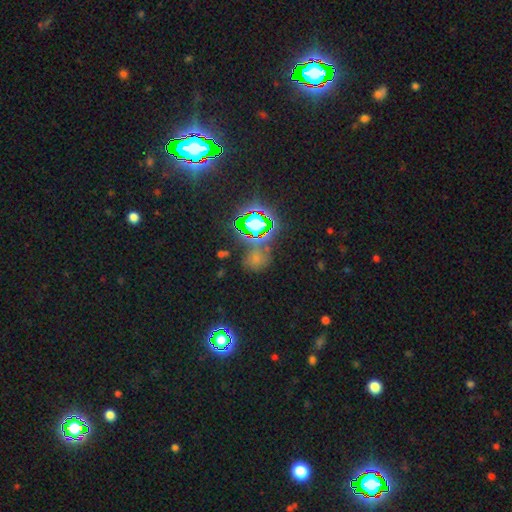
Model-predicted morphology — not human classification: This is possibly a star or artifact rather than a galaxy (56%).